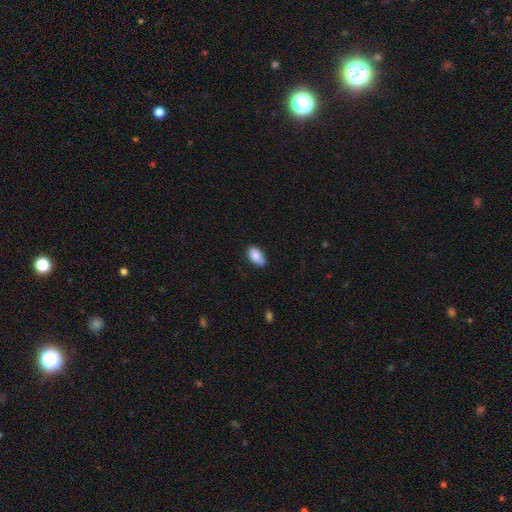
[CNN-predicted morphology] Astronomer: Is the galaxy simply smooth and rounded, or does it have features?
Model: smooth — 85%.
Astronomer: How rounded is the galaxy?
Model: in between — 93%.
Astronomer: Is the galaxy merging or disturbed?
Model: none — 72%.